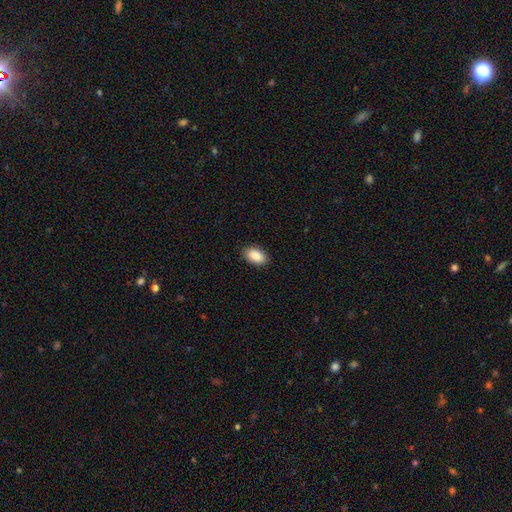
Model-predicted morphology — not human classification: This is clearly a smooth galaxy (90%). How rounded: clearly in between (94%). Merging: clearly none (89%).